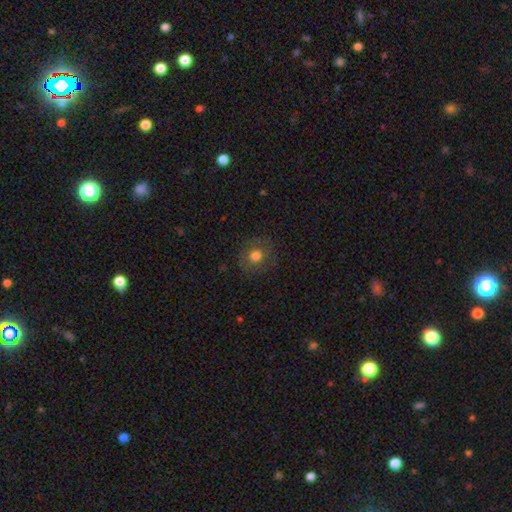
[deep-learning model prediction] Smooth or featured? smooth (72%)
How rounded? round (88%)
Merging? none (85%)